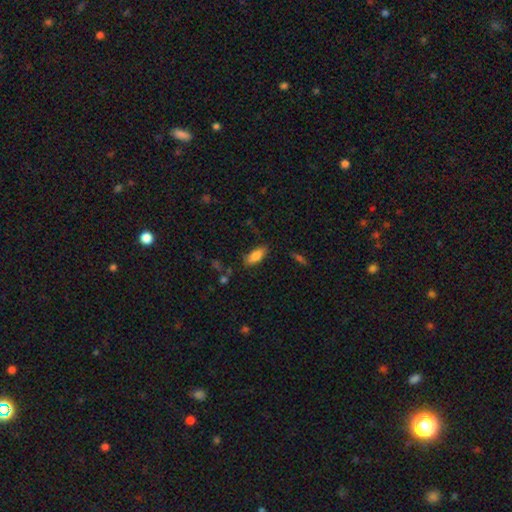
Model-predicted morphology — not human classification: Smooth or featured? smooth (83%)
How rounded? in between (80%)
Merging? none (78%)